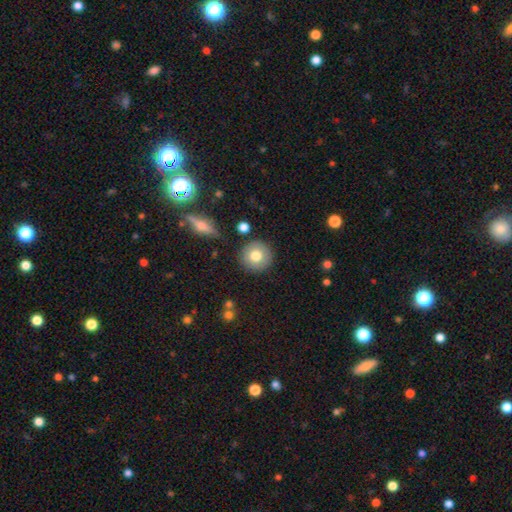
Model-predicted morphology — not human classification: smooth 76%, featured or disk 16%, star or artifact 8%. Down the decision tree: how rounded — round (94%); merging — none (87%).